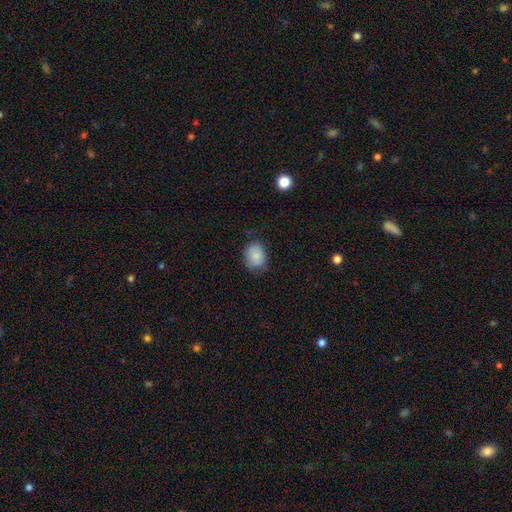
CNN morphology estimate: The model was most divided on "how rounded": in between: 58%, round: 41%, cigar-shaped: 1%. More confident: smooth or featured — smooth (85%); merging — none (68%).